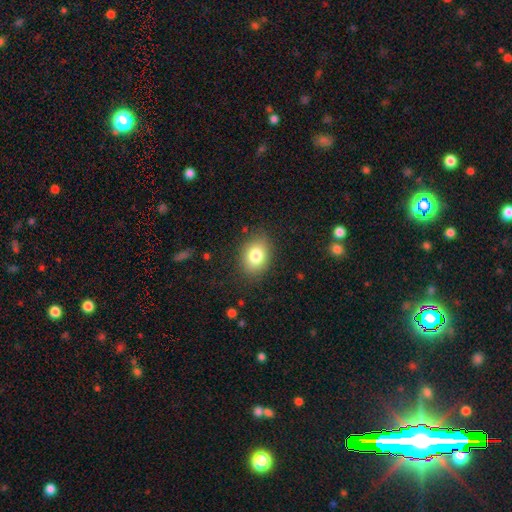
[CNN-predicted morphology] This appears to be a smooth galaxy with no disk features (81%) that is in between round and cigar-shaped (66%). Merging: none (84%).